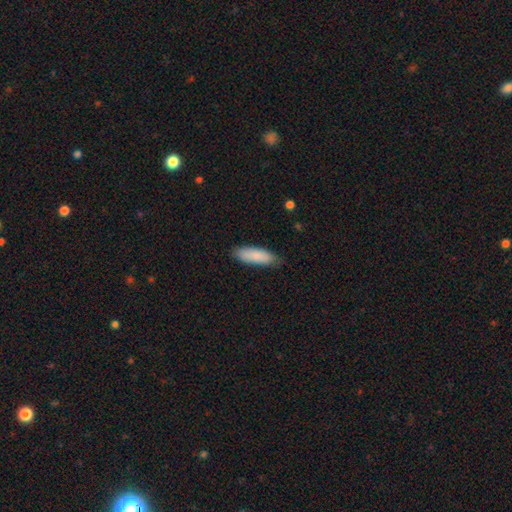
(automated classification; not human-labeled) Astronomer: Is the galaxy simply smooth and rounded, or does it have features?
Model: smooth — 87%.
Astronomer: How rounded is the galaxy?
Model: in between — 59% (runner-up: cigar-shaped, 40%).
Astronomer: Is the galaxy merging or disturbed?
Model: none — 82%.